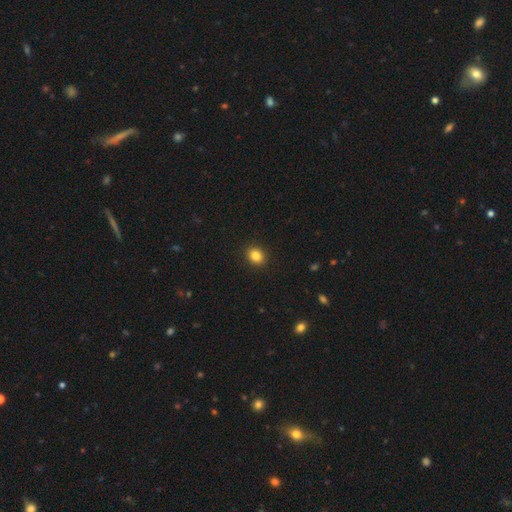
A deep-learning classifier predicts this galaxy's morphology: This is clearly a smooth galaxy (85%). How rounded: possibly round (55%). Merging: clearly none (92%).